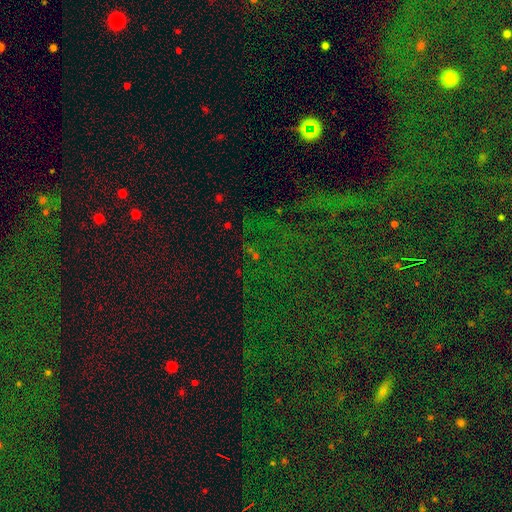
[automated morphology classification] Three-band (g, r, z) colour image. It shows a star or artifact, not a galaxy (81%).